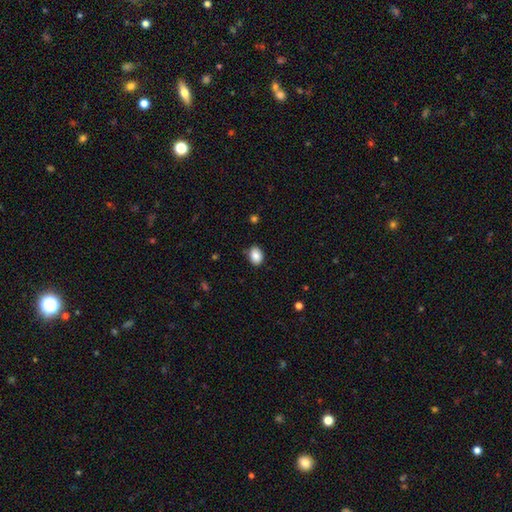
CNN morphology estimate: The model was most divided on "how rounded": in between: 74%, round: 25%, cigar-shaped: 1%. More confident: smooth or featured — smooth (87%); merging — none (83%).